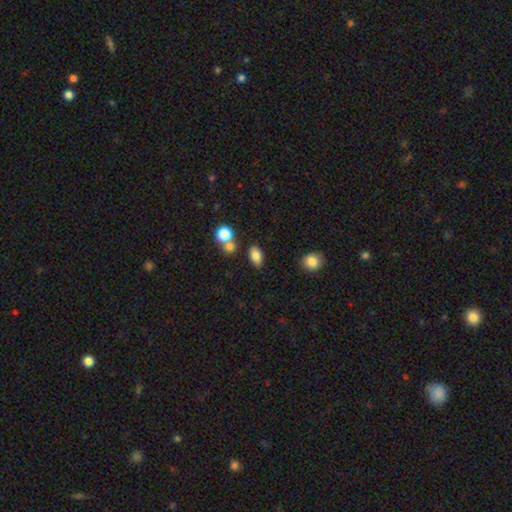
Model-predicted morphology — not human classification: Smooth or featured: smooth — 82% (star or artifact — 10%)
How rounded: in between — 87% (round — 11%)
Merging: none — 76% (minor disturbance — 10%)